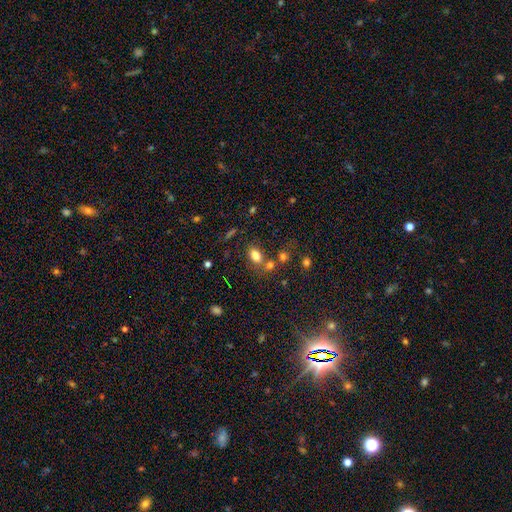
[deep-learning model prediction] Smooth or featured?
  - smooth: 78% *
  - star or artifact: 13%
  - featured or disk: 9%
How rounded?
  - in between: 82% *
  - round: 16%
  - cigar-shaped: 2%
Merging?
  - none: 62% *
  - merger: 20%
  - minor disturbance: 13%
  - major disturbance: 5%